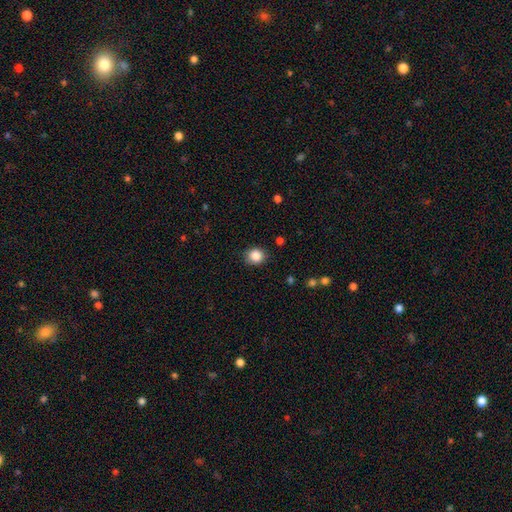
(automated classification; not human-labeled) A smooth galaxy with no disk features (86%) that is round (80%). Merging: none (86%).